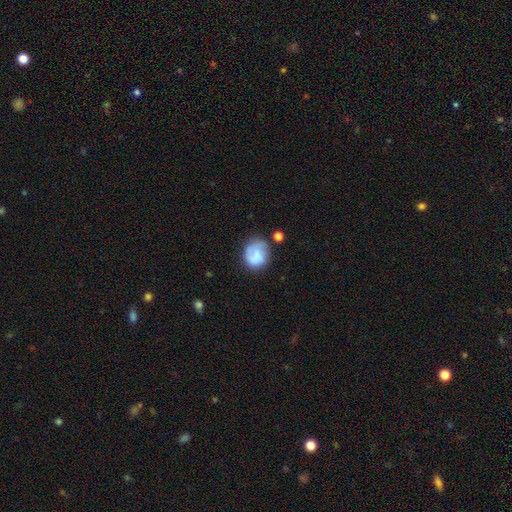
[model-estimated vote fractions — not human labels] Smooth or featured: smooth — 55% (featured or disk — 36%)
How rounded: round — 70% (in between — 29%)
Merging: none — 55% (minor disturbance — 25%)